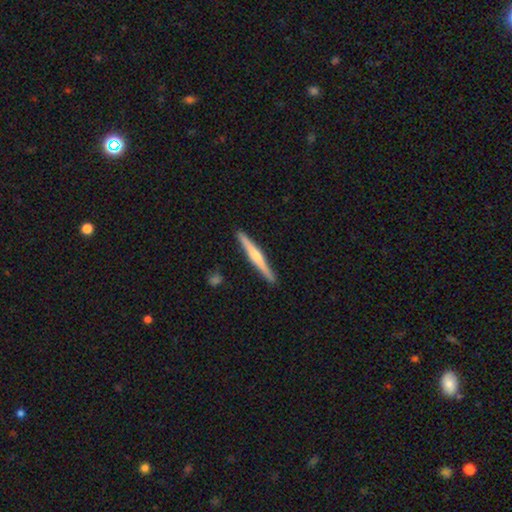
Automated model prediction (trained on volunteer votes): smooth_or_featured: featured or disk (p=0.60) [alt: smooth p=0.35]
disk_edge_on: yes (p=0.98) [alt: no p=0.02]
edge_on_bulge: rounded (p=0.71) [alt: none p=0.18]
merging: none (p=0.91) [alt: minor disturbance p=0.07]